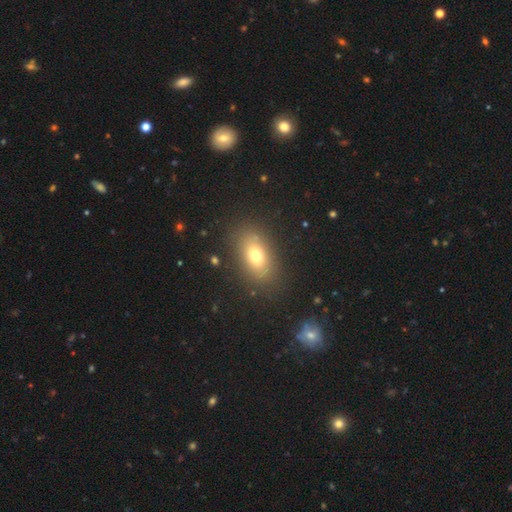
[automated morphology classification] This is likely a smooth galaxy (71%). How rounded: clearly in between (82%). Merging: clearly none (84%).